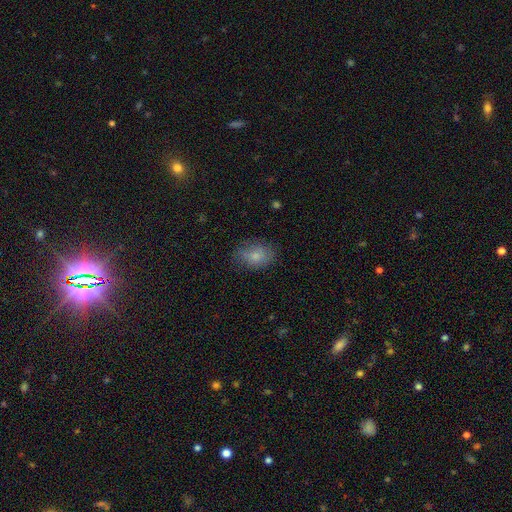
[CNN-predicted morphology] Smooth or featured? smooth (79%)
How rounded? in between (76%)
Merging? none (69%)